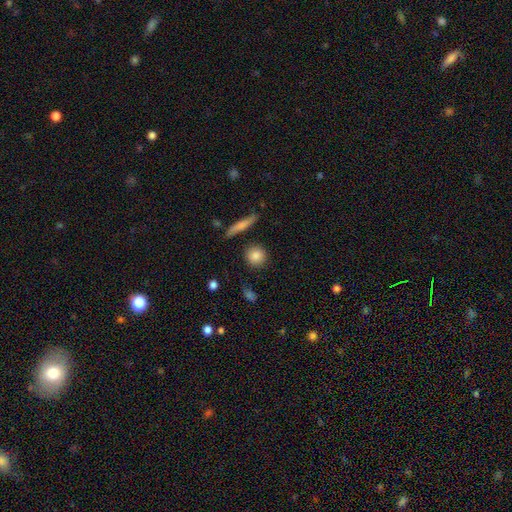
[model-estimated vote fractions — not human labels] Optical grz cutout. It shows a smooth galaxy with no disk features (84%) that is round (87%). Merging: none (86%).